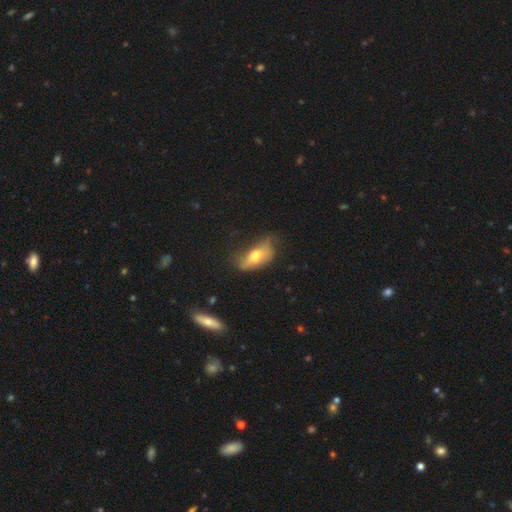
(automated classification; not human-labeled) smooth 58%, featured or disk 34%, star or artifact 8%. Down the decision tree: how rounded — in between (82%); merging — none (41%).